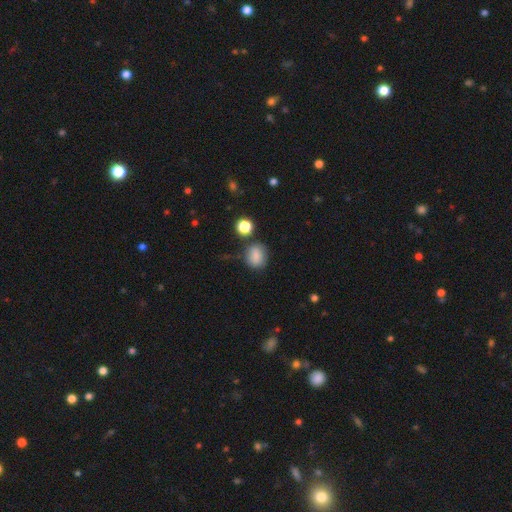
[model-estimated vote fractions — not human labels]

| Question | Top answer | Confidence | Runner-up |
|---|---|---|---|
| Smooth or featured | smooth | 84% | star or artifact (10%) |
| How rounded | round | 58% | in between (41%) |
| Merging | none | 72% | minor disturbance (16%) |